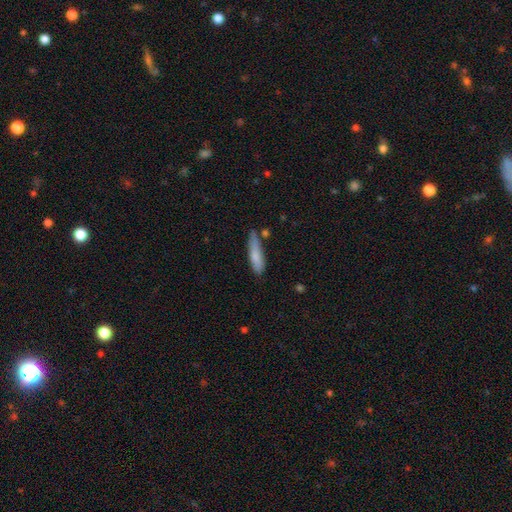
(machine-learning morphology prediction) Overall: smooth (79%). How rounded: cigar-shaped (72%). Merging: none (62%; minor disturbance 27%).